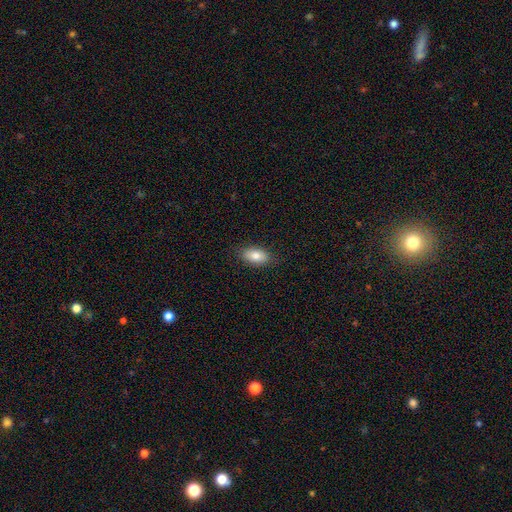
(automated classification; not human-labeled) A smooth galaxy with no disk features (82%) that is in between round and cigar-shaped (91%). Merging: none (87%).